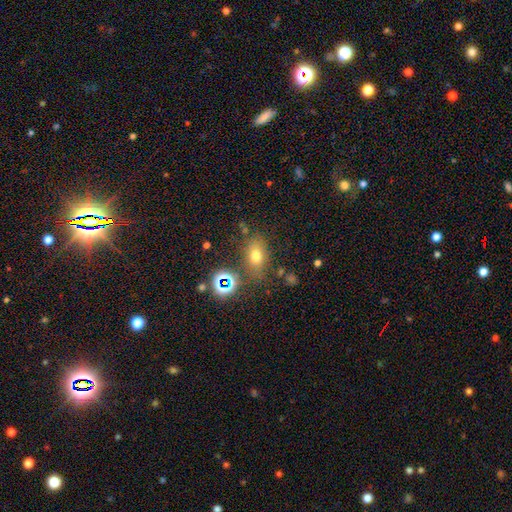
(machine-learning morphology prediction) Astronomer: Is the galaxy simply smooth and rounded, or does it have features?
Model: smooth — 67%.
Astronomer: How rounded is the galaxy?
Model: in between — 73%.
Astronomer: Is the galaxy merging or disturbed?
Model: none — 73%.